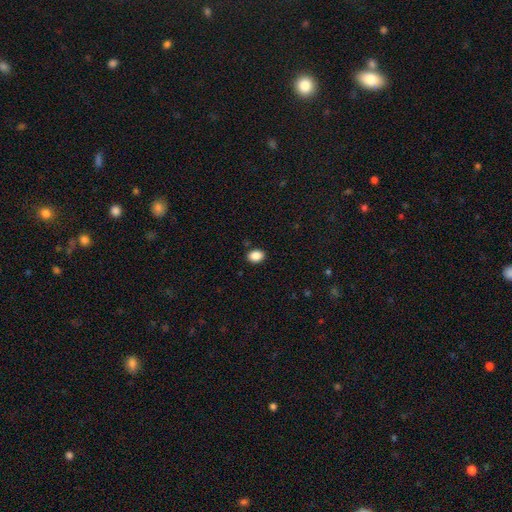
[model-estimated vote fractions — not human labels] The model was most divided on "how rounded": in between: 65%, round: 34%, cigar-shaped: 1%. More confident: merging — none (88%); smooth or featured — smooth (88%).